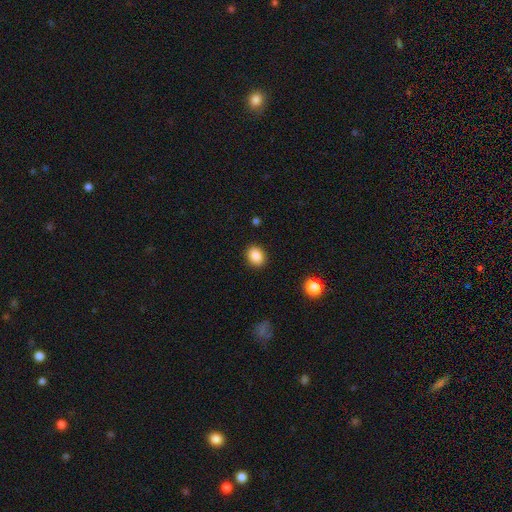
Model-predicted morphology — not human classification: Overall: smooth (87%). How rounded: round (53%; in between 46%). Merging: none (89%).